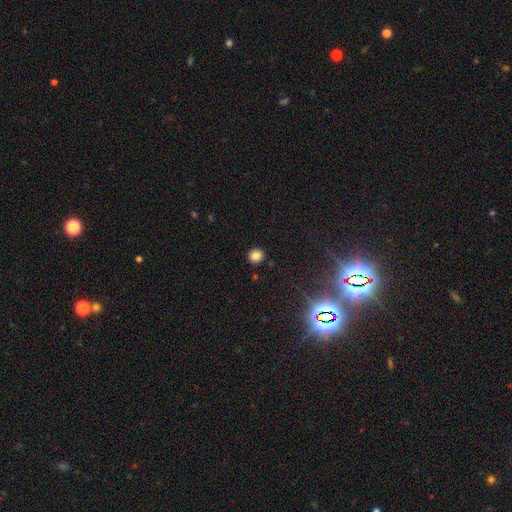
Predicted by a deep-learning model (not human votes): A smooth galaxy with no disk features (82%) that is round (87%). Merging: none (91%).